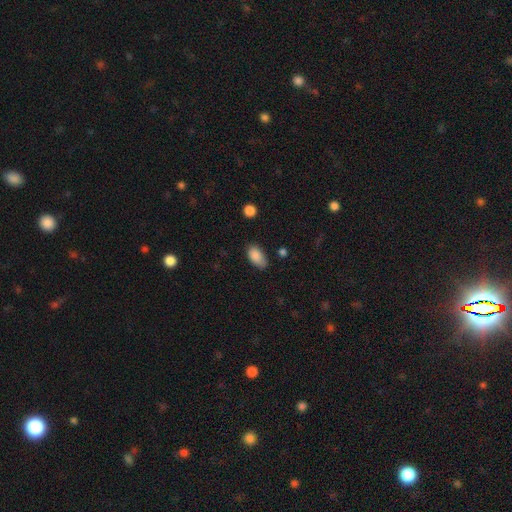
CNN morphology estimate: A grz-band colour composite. It shows a smooth galaxy with no disk features (87%) that is in between round and cigar-shaped (92%). Merging: none (64%).